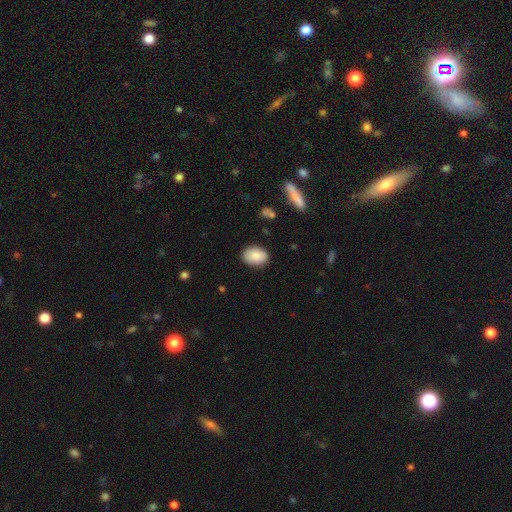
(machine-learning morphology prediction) This is clearly a smooth galaxy (87%). How rounded: clearly in between (83%). Merging: clearly none (86%).